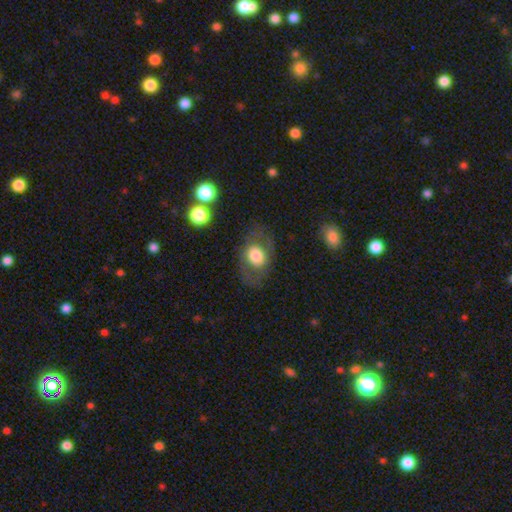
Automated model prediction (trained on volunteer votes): This is possibly a smooth galaxy (59%). How rounded: likely in between (65%). Merging: likely none (74%).